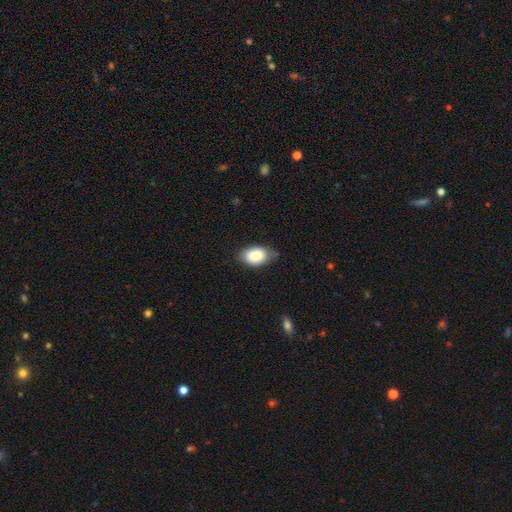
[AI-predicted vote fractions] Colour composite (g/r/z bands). It shows a smooth galaxy with no disk features (83%) that is in between round and cigar-shaped (86%). Merging: none (65%).